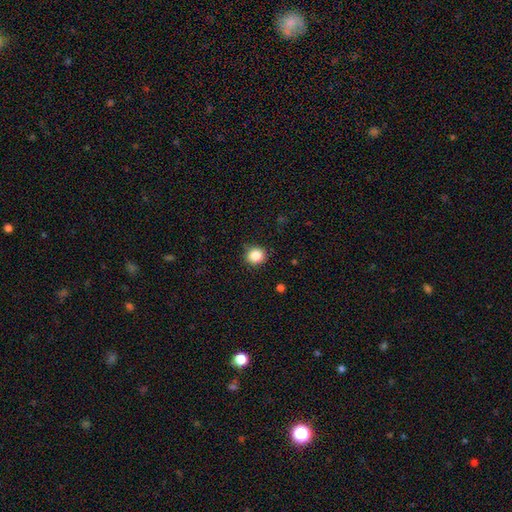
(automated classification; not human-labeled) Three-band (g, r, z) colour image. It shows a smooth galaxy with no disk features (86%) that is round (87%). Merging: none (87%).